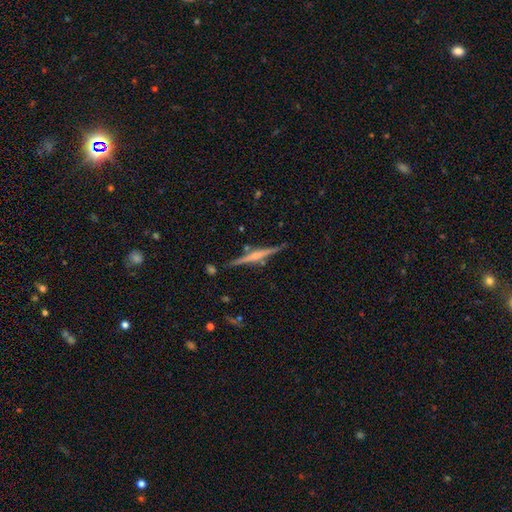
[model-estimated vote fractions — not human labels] Smooth or featured? featured or disk (74%)
Edge-on disk? yes (98%)
Edge-on bulge? rounded (54%)
Merging? none (86%)